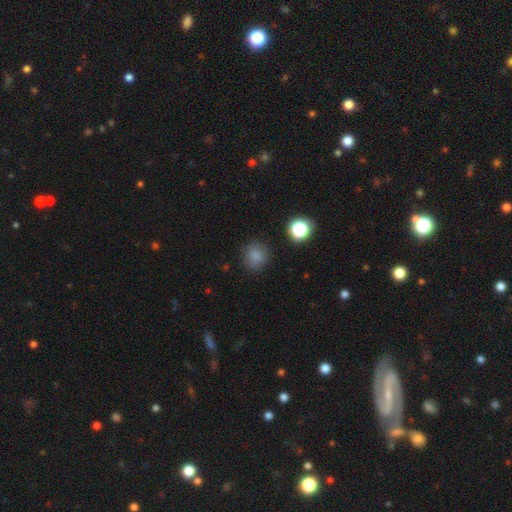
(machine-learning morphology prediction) type=smooth (81%); roundness=round (81%); merging=none (84%).